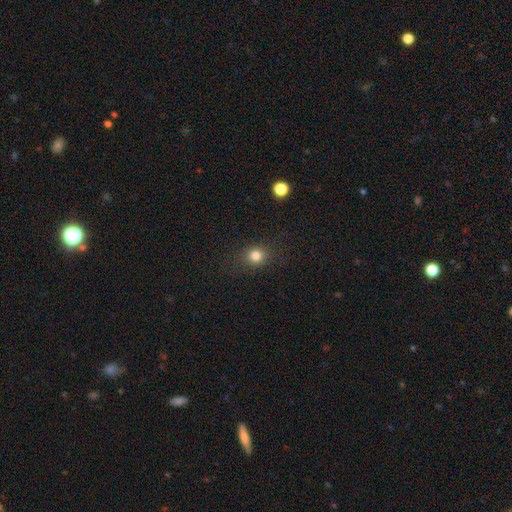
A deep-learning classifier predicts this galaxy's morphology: This appears to be a smooth galaxy with no disk features (81%) that is round (73%). Merging: none (84%).